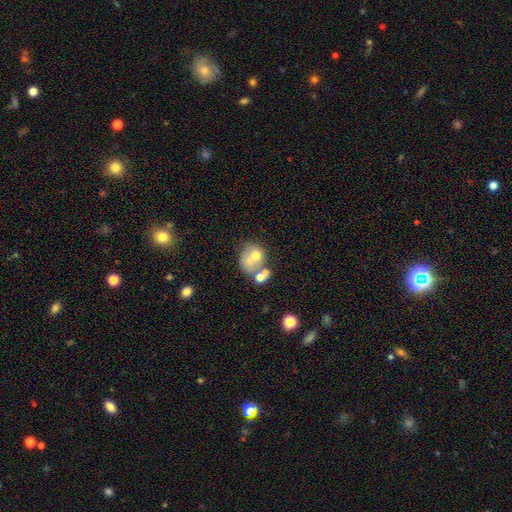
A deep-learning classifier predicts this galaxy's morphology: Smooth or featured? Predicted: smooth (p=0.54). How rounded? Predicted: round (p=0.67). Merging? Predicted: merger (p=0.42).